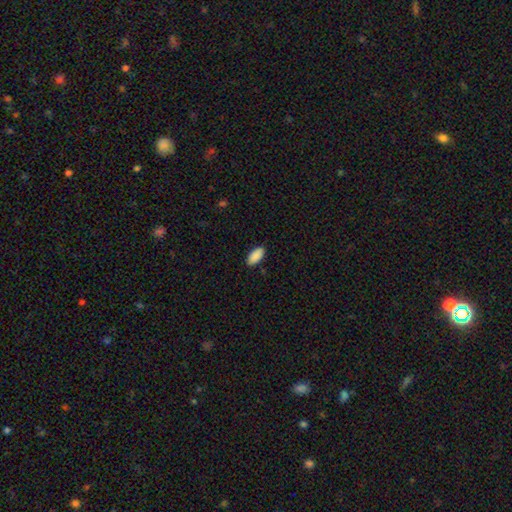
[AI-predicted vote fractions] Smooth or featured? Predicted: smooth (p=0.90). How rounded? Predicted: in between (p=0.92). Merging? Predicted: none (p=0.88).